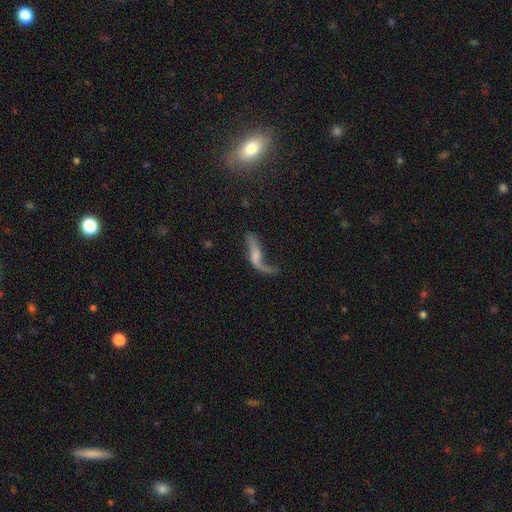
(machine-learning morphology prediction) A featured or disk galaxy (73%) with no bar (54%), 2 (73%) loose (93%) spiral arms (85%) and no central bulge (36%).

Vote fractions:
- Smooth or featured? featured or disk: 73% / smooth: 18% / star or artifact: 9%
- Edge-on disk? no: 85% / yes: 15%
- Bar? no: 54% / weak: 33% / strong: 13%
- Spiral arms? yes: 85% / no: 15%
- Spiral winding? loose: 93% / medium: 5% / tight: 2%
- Spiral arm count? 2: 73% / 1: 21% / can't tell: 3% / 3: 1% / 4: 1% / more than 4: 1%
- Bulge size? none: 36% / small: 33% / moderate: 24% / large: 5% / dominant: 2%
- Merging? none: 40% / major disturbance: 32% / minor disturbance: 20% / merger: 8%